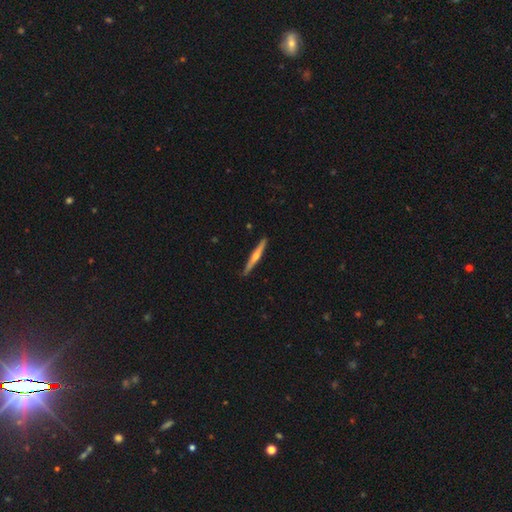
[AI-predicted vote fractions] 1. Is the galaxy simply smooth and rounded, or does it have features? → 65% featured or disk, 29% smooth, 5% star or artifact.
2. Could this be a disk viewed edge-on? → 98% yes, 2% no.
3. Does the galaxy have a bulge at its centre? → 81% rounded, 14% none, 5% boxy.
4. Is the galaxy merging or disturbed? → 90% none, 7% minor disturbance, 1% major disturbance, 1% merger.